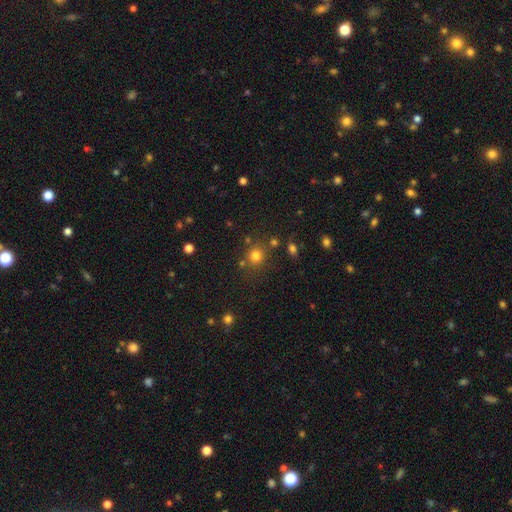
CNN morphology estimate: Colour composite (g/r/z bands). It shows a smooth galaxy with no disk features (77%) that is round (87%). Merging: none (77%).